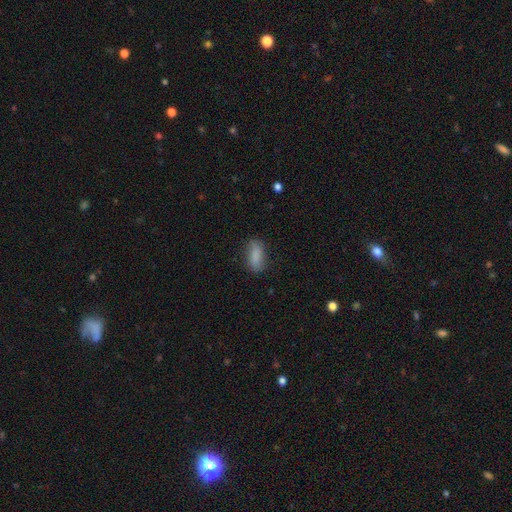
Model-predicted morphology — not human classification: Smooth or featured? smooth (86%)
How rounded? in between (81%)
Merging? none (80%)